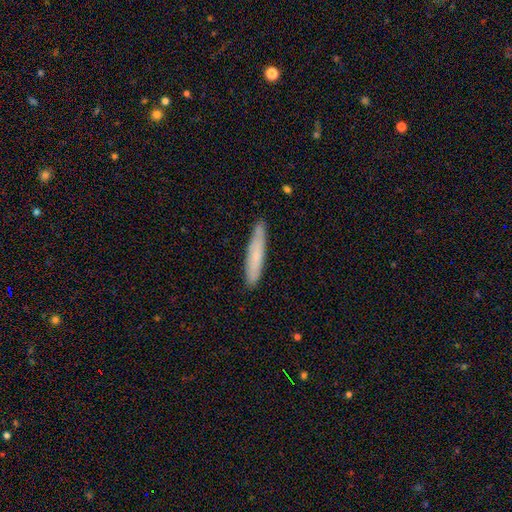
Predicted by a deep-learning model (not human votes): smooth_or_featured: smooth (p=0.69) [alt: featured or disk p=0.25]
how_rounded: cigar-shaped (p=0.91) [alt: in between p=0.08]
merging: none (p=0.86) [alt: minor disturbance p=0.11]